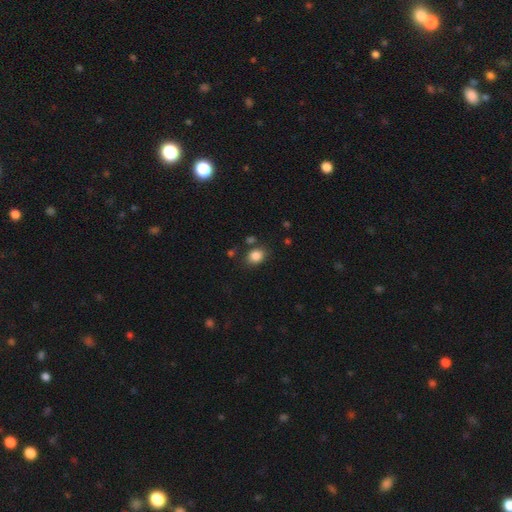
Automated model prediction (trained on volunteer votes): Q: Smooth or featured?
A: smooth (85%); runner-up: star or artifact (10%)
Q: How rounded?
A: in between (52%); runner-up: round (47%)
Q: Merging?
A: none (76%); runner-up: minor disturbance (14%)